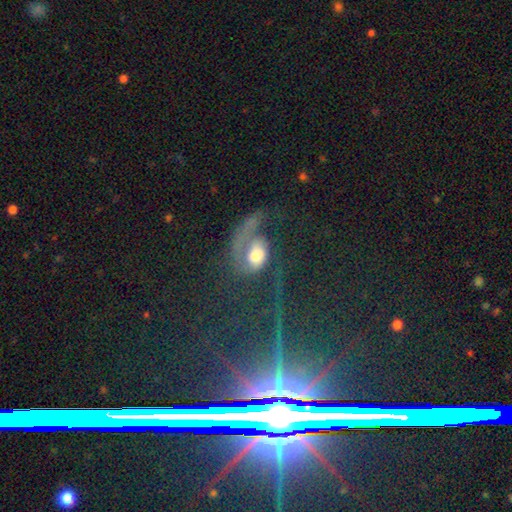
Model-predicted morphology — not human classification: This appears to be a featured or disk galaxy (58%) with no bar (66%), spiral arms (75%) and a moderate central bulge (47%). Merging: major disturbance (50%).